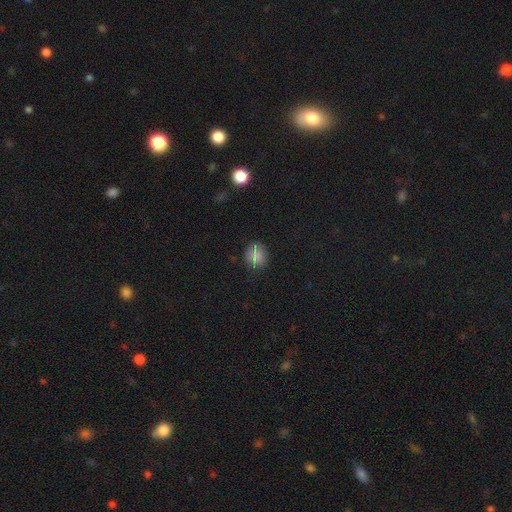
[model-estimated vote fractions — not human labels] smooth 72%, star or artifact 22%, featured or disk 7%. Down the decision tree: how rounded — round (83%); merging — none (82%).